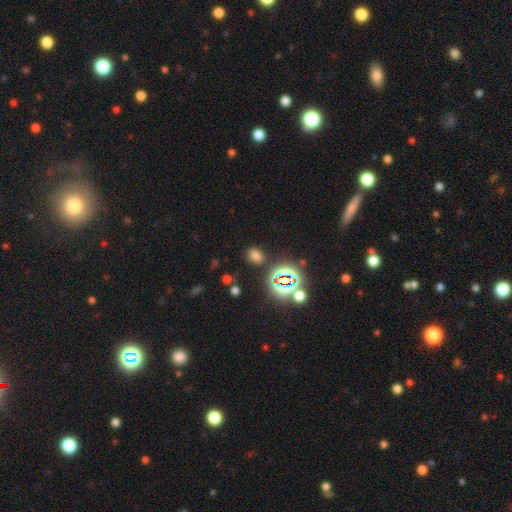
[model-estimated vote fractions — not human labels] This is possibly a smooth galaxy (60%). How rounded: likely in between (71%). Merging: clearly none (82%).